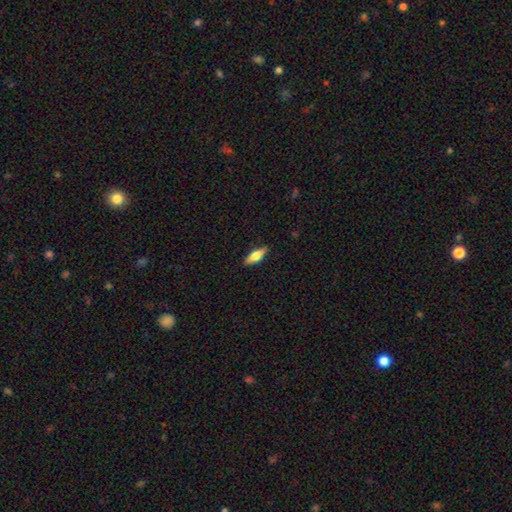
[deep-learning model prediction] Overall: smooth (56%; featured or disk 38%). How rounded: in between (56%; cigar-shaped 42%). Merging: none (88%).